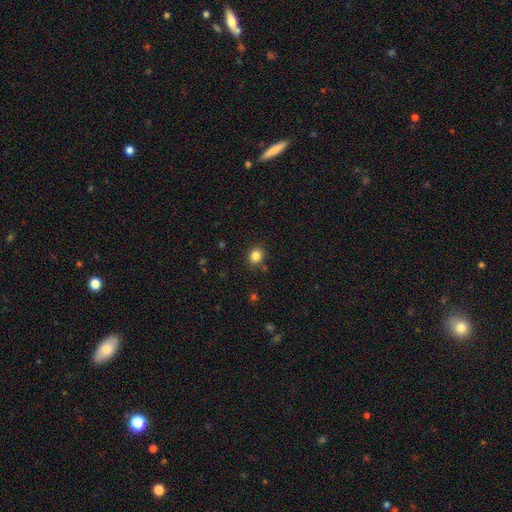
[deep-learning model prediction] Smooth or featured? smooth (83%)
How rounded? round (72%)
Merging? none (85%)